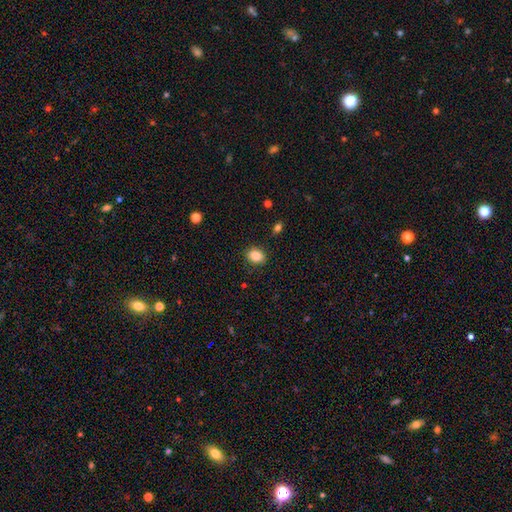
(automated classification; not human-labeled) The model was most divided on "how rounded": round: 52%, in between: 47%, cigar-shaped: 1%. More confident: merging — none (89%); smooth or featured — smooth (86%).